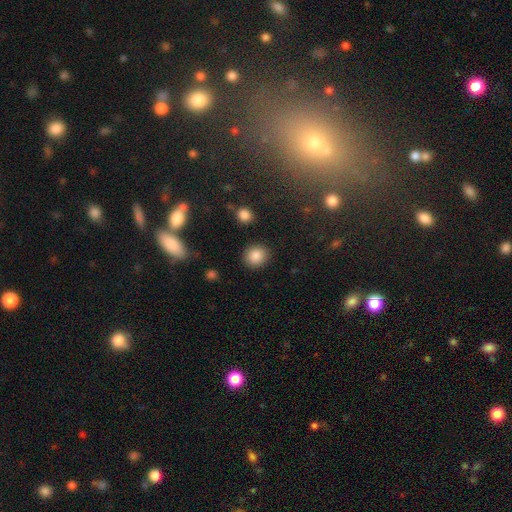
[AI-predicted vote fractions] smooth_or_featured: smooth (p=0.86) [alt: star or artifact p=0.09]
how_rounded: round (p=0.79) [alt: in between p=0.19]
merging: none (p=0.89) [alt: minor disturbance p=0.07]